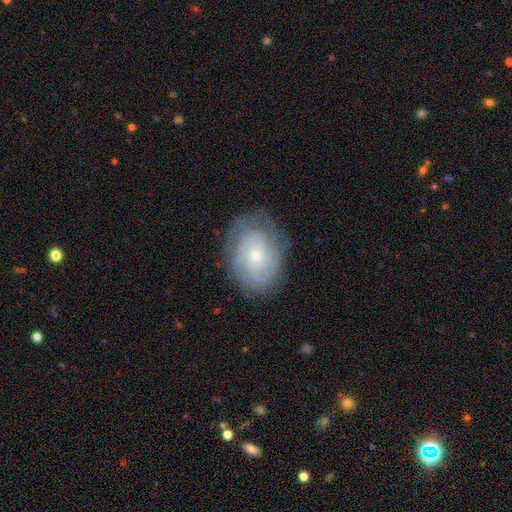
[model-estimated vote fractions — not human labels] smooth_or_featured: featured or disk (p=0.71) [alt: smooth p=0.22]
disk_edge_on: no (p=0.96) [alt: yes p=0.04]
bar: no (p=0.81) [alt: weak p=0.17]
has_spiral_arms: yes (p=0.88) [alt: no p=0.12]
spiral_winding: tight (p=0.72) [alt: medium p=0.21]
spiral_arm_count: can't tell (p=0.52) [alt: 2 p=0.14]
bulge_size: small (p=0.60) [alt: moderate p=0.36]
merging: none (p=0.74) [alt: minor disturbance p=0.18]